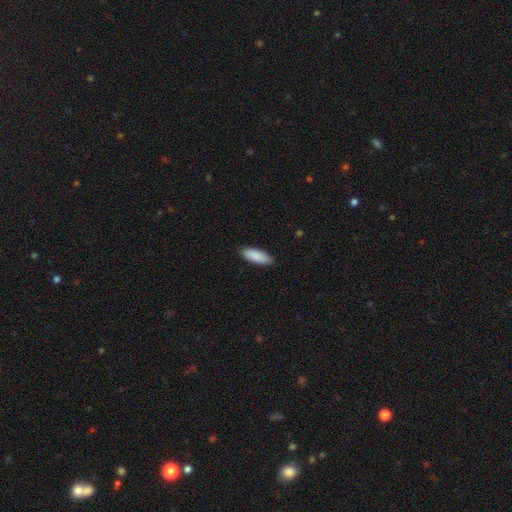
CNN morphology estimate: A smooth galaxy with no disk features (90%) that is in between round and cigar-shaped (73%).

Vote fractions:
- Smooth or featured? smooth: 90% / star or artifact: 5% / featured or disk: 5%
- How rounded? in between: 73% / cigar-shaped: 25% / round: 2%
- Merging? none: 87% / minor disturbance: 10% / major disturbance: 2% / merger: 1%